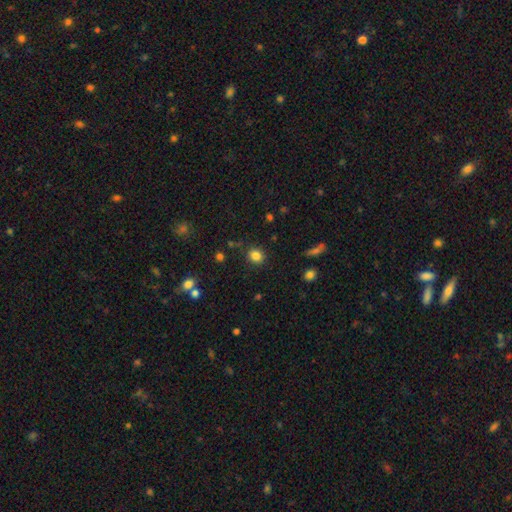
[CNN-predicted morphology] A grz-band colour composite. It shows a smooth galaxy with no disk features (84%) that is round (79%). Merging: none (86%).